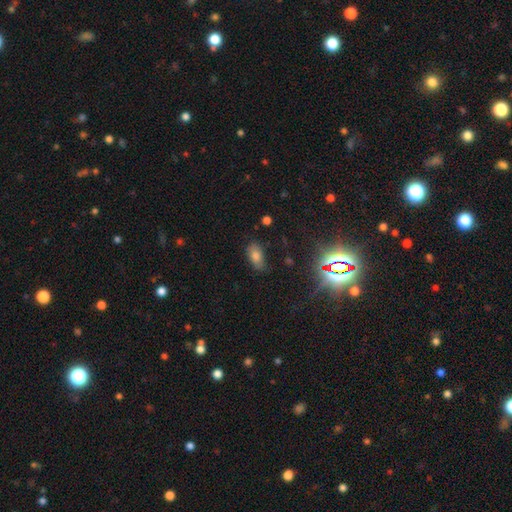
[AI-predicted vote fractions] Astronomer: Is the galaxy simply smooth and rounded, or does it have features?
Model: smooth — 68%.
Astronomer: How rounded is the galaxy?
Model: in between — 91%.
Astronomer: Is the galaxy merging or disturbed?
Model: none — 69%.